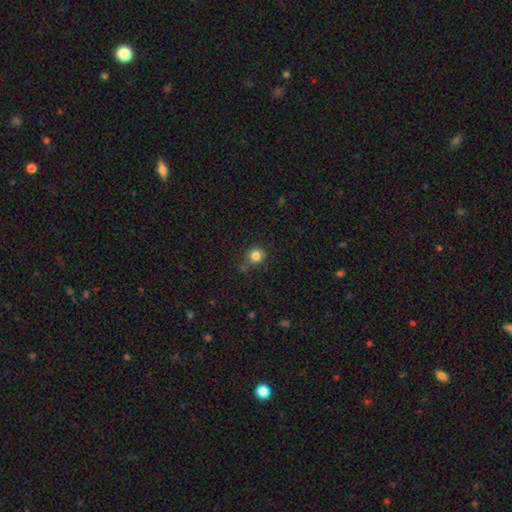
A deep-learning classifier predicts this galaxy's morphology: smooth-or-featured: smooth: 82% | star or artifact: 13% | featured or disk: 5%
  how-rounded: round: 91% | in between: 8% | cigar-shaped: 1%
  merging: none: 78% | minor disturbance: 14% | merger: 4% | major disturbance: 4%